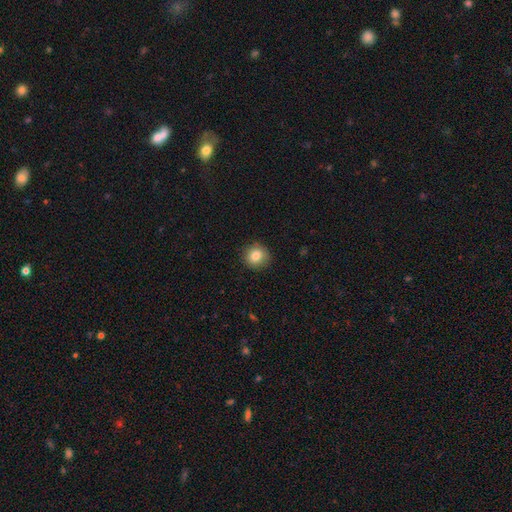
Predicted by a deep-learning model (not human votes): Smooth or featured? smooth (84%)
How rounded? round (88%)
Merging? none (89%)